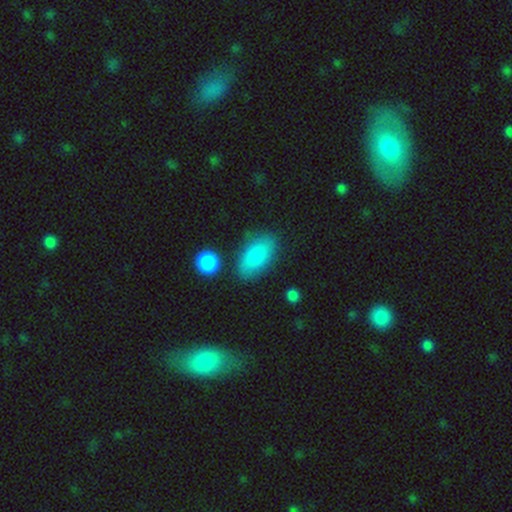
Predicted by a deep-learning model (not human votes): Q: Smooth or featured?
A: smooth (84%); runner-up: featured or disk (9%)
Q: How rounded?
A: in between (91%); runner-up: round (4%)
Q: Merging?
A: none (75%); runner-up: minor disturbance (15%)